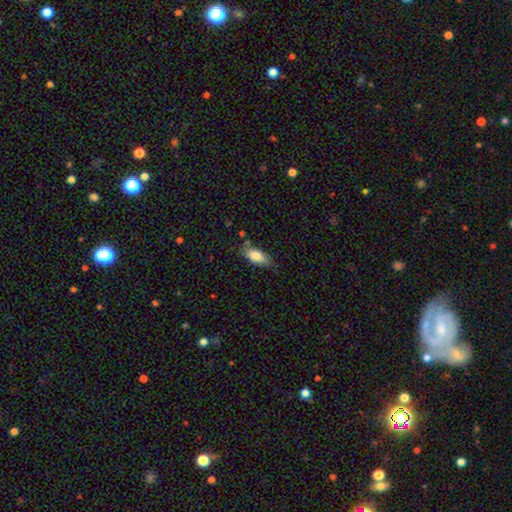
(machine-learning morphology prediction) smooth_or_featured: smooth (p=0.82) [alt: featured or disk p=0.12]
how_rounded: in between (p=0.83) [alt: cigar-shaped p=0.14]
merging: none (p=0.72) [alt: minor disturbance p=0.21]